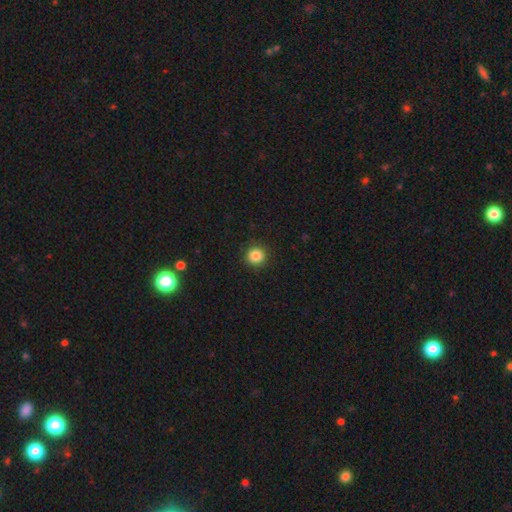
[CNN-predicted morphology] Smooth or featured? Predicted: smooth (p=0.85). How rounded? Predicted: round (p=0.93). Merging? Predicted: none (p=0.90).